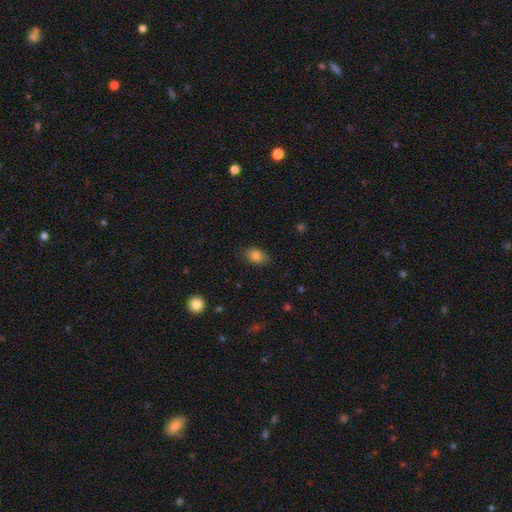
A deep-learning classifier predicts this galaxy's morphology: type=smooth (84%); roundness=in between (78%); merging=none (79%).